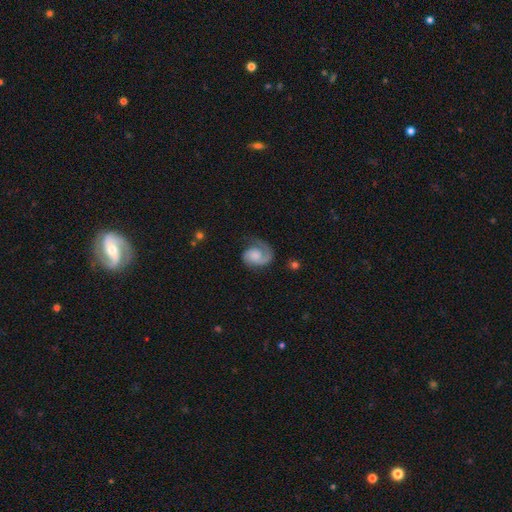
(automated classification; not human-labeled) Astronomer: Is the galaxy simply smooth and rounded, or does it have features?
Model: featured or disk — 75%.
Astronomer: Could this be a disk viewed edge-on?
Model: no — 98%.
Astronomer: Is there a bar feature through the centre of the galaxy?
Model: no — 72%.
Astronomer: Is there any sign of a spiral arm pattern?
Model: yes — 95%.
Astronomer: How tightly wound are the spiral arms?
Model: medium — 40% (runner-up: tight, 39%).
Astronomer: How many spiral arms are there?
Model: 1 — 60%.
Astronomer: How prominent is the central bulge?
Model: small — 32% (runner-up: moderate, 28%).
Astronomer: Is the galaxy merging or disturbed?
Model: none — 57%.